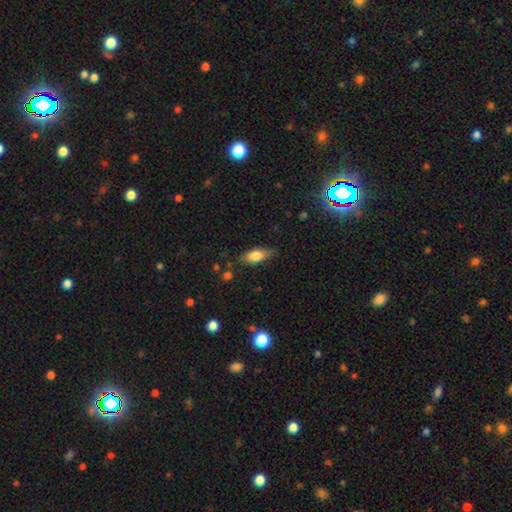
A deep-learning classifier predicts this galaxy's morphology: This appears to be a smooth galaxy with no disk features (75%) that is in between round and cigar-shaped (76%). Merging: none (77%).